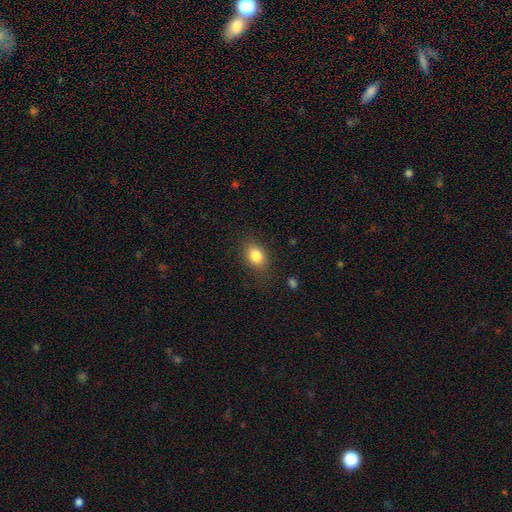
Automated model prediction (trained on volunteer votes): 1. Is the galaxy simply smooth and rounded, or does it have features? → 83% smooth, 10% star or artifact, 7% featured or disk.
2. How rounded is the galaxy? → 69% in between, 30% round, 1% cigar-shaped.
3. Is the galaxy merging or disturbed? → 81% none, 14% minor disturbance, 4% major disturbance, 1% merger.